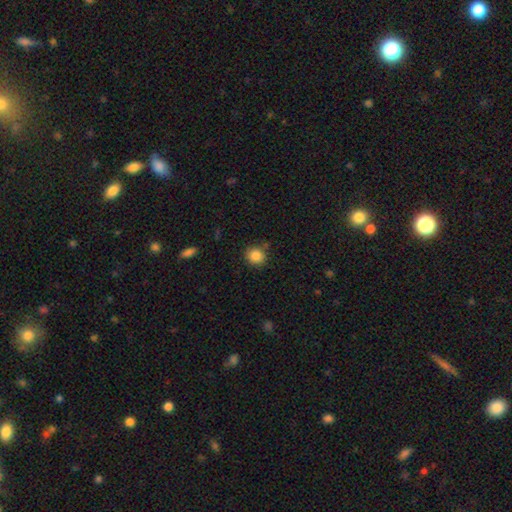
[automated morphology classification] smooth-or-featured: smooth: 86% | star or artifact: 10% | featured or disk: 4%
  how-rounded: round: 87% | in between: 12% | cigar-shaped: 1%
  merging: none: 82% | minor disturbance: 11% | merger: 4% | major disturbance: 3%